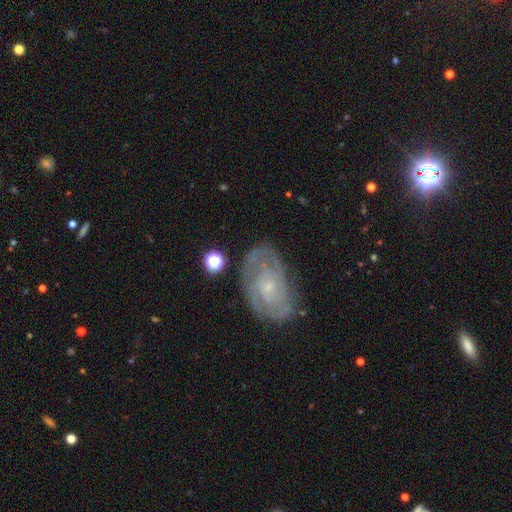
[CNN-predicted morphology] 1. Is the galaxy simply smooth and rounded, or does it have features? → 72% featured or disk, 17% smooth, 11% star or artifact.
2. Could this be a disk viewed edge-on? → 95% no, 5% yes.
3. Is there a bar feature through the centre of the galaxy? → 73% no, 22% weak, 4% strong.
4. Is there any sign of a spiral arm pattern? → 88% yes, 12% no.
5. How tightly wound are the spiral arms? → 68% tight, 24% medium, 7% loose.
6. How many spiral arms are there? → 44% can't tell, 26% 2, 13% 3, 7% 4, 5% 1, 5% more than 4.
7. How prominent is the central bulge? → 76% small, 18% moderate, 4% none, 1% large, 1% dominant.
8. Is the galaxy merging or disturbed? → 74% none, 18% minor disturbance, 6% major disturbance, 2% merger.